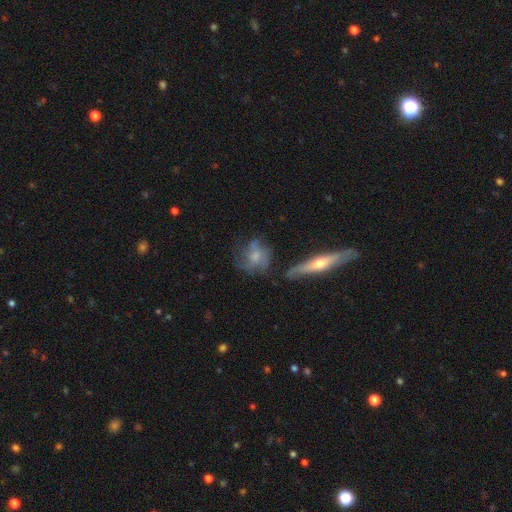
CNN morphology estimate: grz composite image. It shows a featured or disk galaxy (48%). Merging: none (48%).